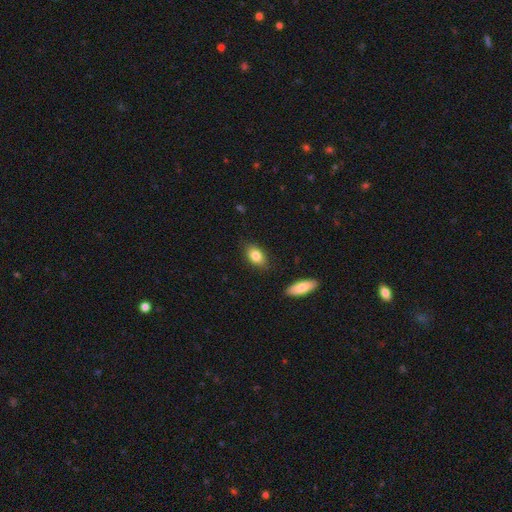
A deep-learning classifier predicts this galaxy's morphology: Smooth or featured?
  - smooth: 83% *
  - featured or disk: 10%
  - star or artifact: 7%
How rounded?
  - in between: 88% *
  - round: 8%
  - cigar-shaped: 4%
Merging?
  - none: 83% *
  - minor disturbance: 12%
  - major disturbance: 3%
  - merger: 2%